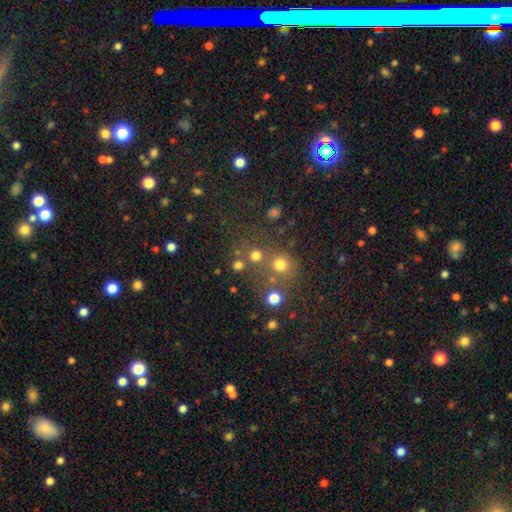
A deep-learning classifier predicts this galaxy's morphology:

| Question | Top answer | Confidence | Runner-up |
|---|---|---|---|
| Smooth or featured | smooth | 70% | star or artifact (21%) |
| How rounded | round | 89% | in between (10%) |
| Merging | none | 63% | merger (25%) |